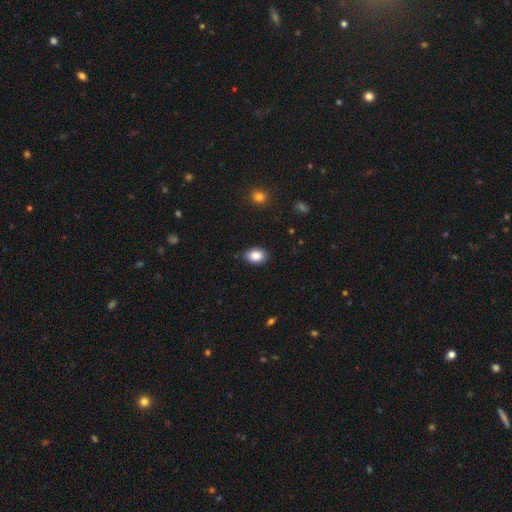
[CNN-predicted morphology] A smooth galaxy with no disk features (87%) that is in between round and cigar-shaped (79%). Merging: none (86%).